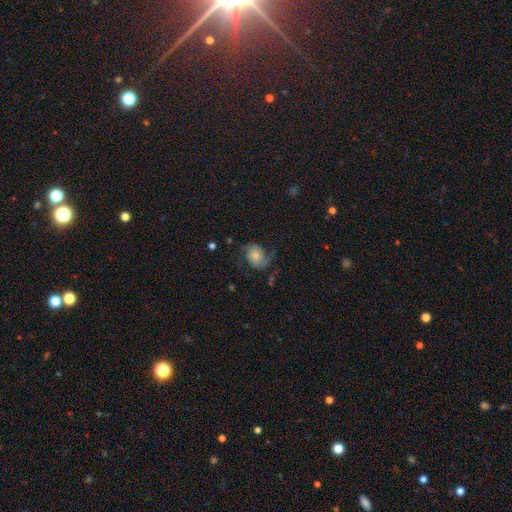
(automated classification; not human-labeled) Overall: featured or disk (63%; smooth 28%). Edge-on disk: no (97%). Bar: no (75%). Spiral arms: yes (90%). Spiral arm count: 2 (78%). Spiral winding: loose (45%; medium 38%). Bulge size: small (44%; moderate 41%). Merging: none (57%; minor disturbance 22%).